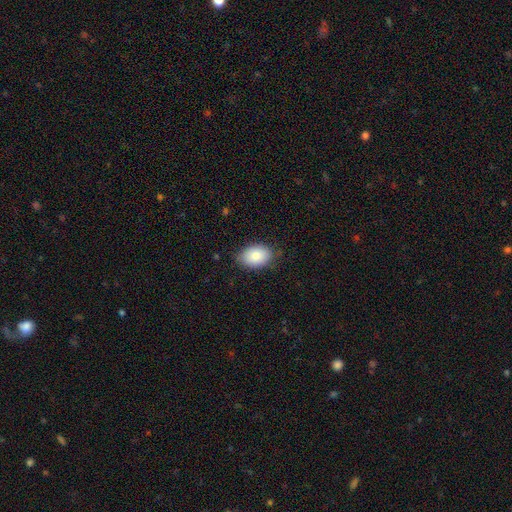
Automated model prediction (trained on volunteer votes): smooth-or-featured: smooth: 83% | featured or disk: 10% | star or artifact: 7%
  how-rounded: in between: 82% | round: 17% | cigar-shaped: 1%
  merging: none: 79% | minor disturbance: 17% | major disturbance: 3% | merger: 1%